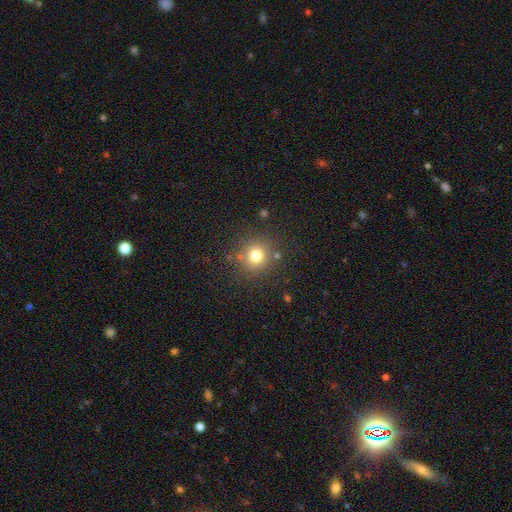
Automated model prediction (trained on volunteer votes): Smooth or featured? Predicted: smooth (p=0.76). How rounded? Predicted: round (p=0.92). Merging? Predicted: none (p=0.83).